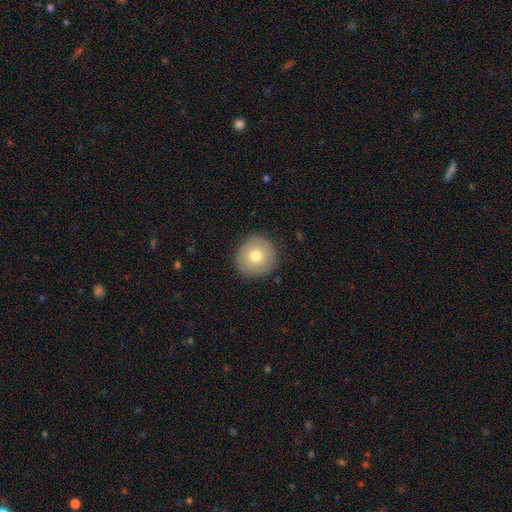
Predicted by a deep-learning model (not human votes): smooth_or_featured: smooth (p=0.74) [alt: featured or disk p=0.17]
how_rounded: round (p=0.95) [alt: in between p=0.04]
merging: none (p=0.90) [alt: minor disturbance p=0.07]